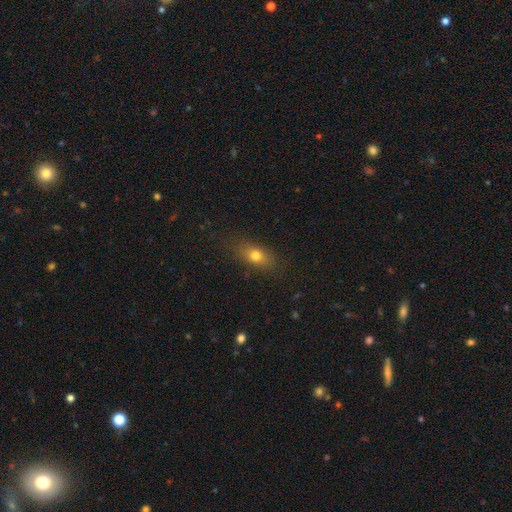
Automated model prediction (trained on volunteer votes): smooth-or-featured: smooth: 74% | featured or disk: 14% | star or artifact: 11%
  how-rounded: in between: 70% | round: 17% | cigar-shaped: 13%
  merging: none: 80% | minor disturbance: 14% | major disturbance: 5% | merger: 1%